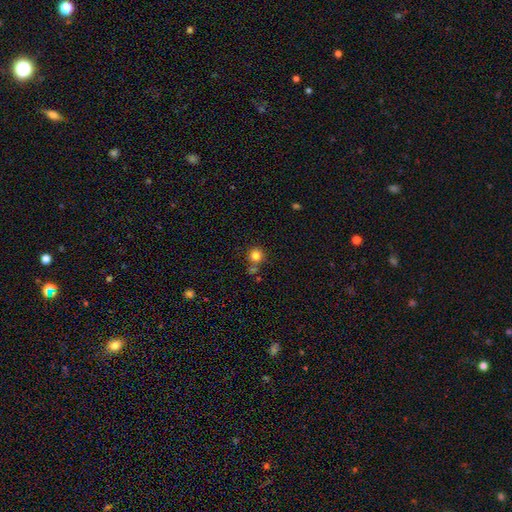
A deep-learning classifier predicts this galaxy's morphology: Smooth or featured: smooth — 83% (star or artifact — 12%)
How rounded: round — 93% (in between — 6%)
Merging: none — 73% (merger — 14%)